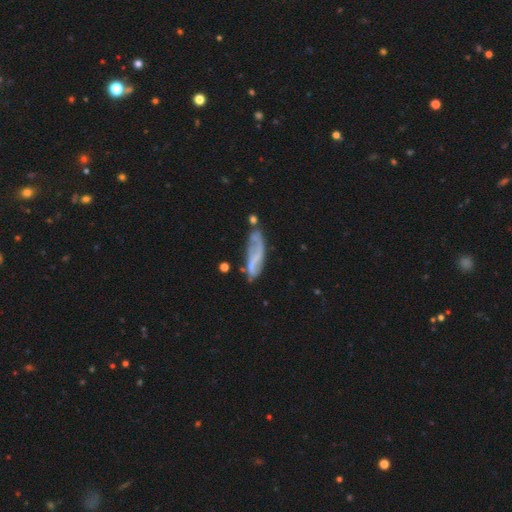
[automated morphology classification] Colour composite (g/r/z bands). It shows a featured or disk galaxy (55%). Merging: none (43%).